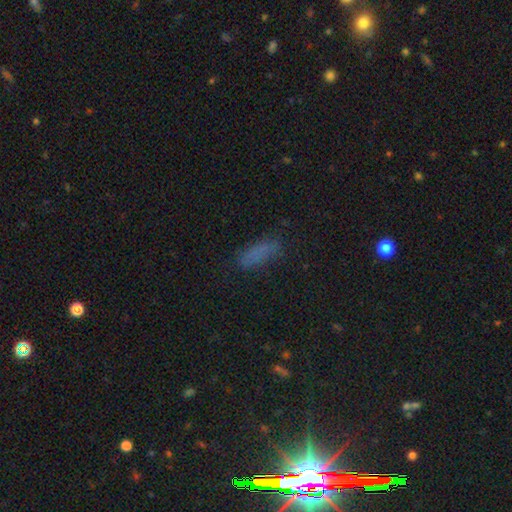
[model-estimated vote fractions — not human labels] Morphology: type=smooth (75%); roundness=in between (51%); merging=none (76%).